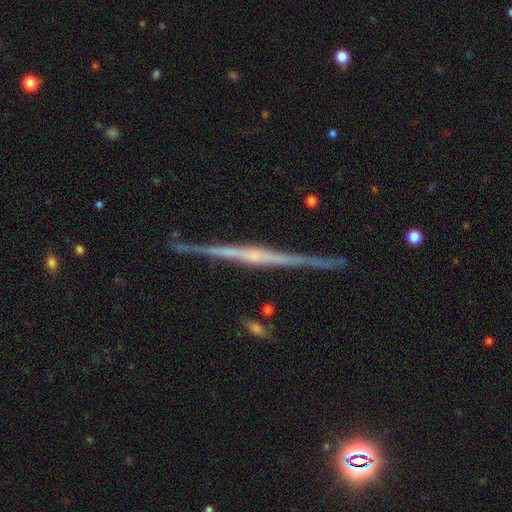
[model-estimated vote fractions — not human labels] Q: Smooth or featured?
A: featured or disk (85%); runner-up: smooth (9%)
Q: Edge-on disk?
A: yes (98%); runner-up: no (2%)
Q: Edge-on bulge?
A: rounded (50%); runner-up: none (29%)
Q: Merging?
A: none (87%); runner-up: minor disturbance (10%)